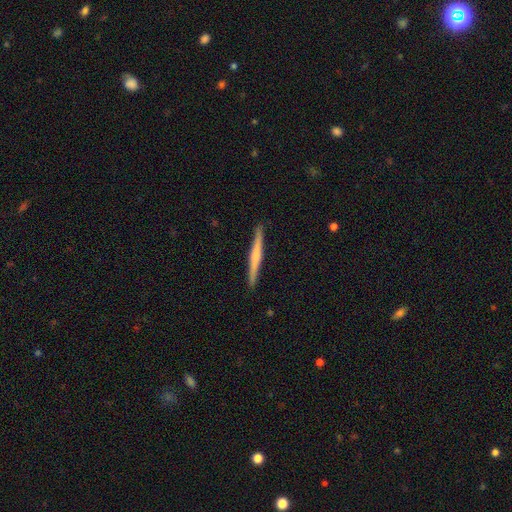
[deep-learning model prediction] The model was most divided on "edge-on bulge": rounded: 52%, none: 34%, boxy: 14%. More confident: edge-on disk — yes (98%); merging — none (91%); smooth or featured — featured or disk (56%).